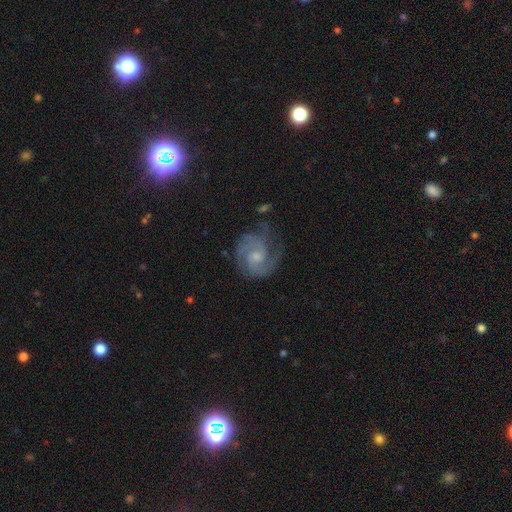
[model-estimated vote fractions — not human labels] This is clearly a featured or disk galaxy (86%). It is clearly not viewed edge-on (98%). Bar: likely no (64%). Spiral arm pattern: clearly yes (97%). Spiral arm count: possibly 2 (46%). Spiral winding: possibly tight (49%). Central bulge: possibly small (52%). Merging: likely none (68%).